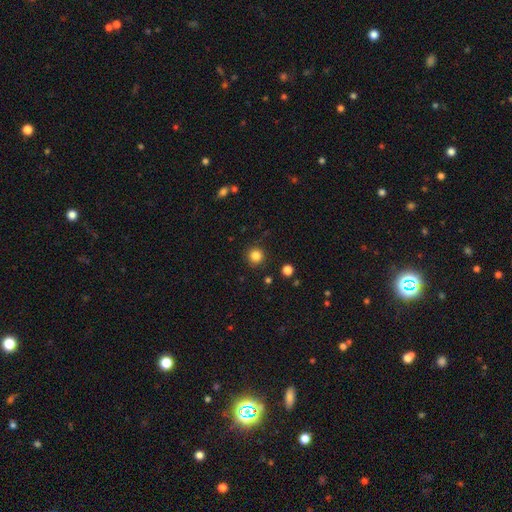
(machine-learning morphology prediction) Smooth or featured? smooth (84%)
How rounded? round (95%)
Merging? none (89%)